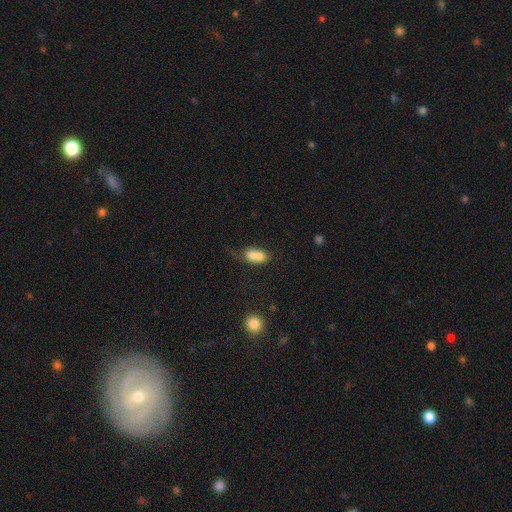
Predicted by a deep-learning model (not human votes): Smooth or featured? Predicted: smooth (p=0.69). How rounded? Predicted: in between (p=0.59). Merging? Predicted: merger (p=0.66).